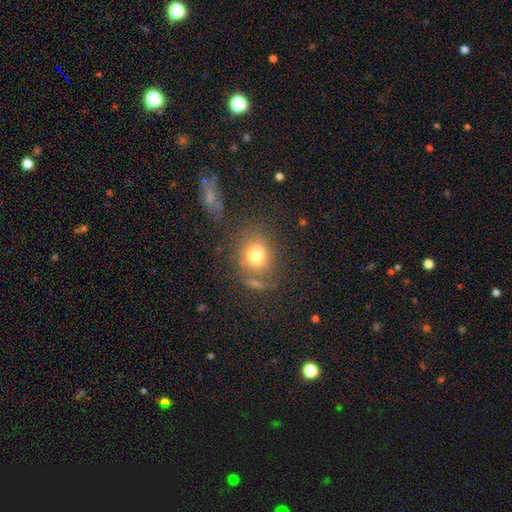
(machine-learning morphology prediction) smooth 75%, featured or disk 12%, star or artifact 12%. Down the decision tree: how rounded — round (59%); merging — none (64%).